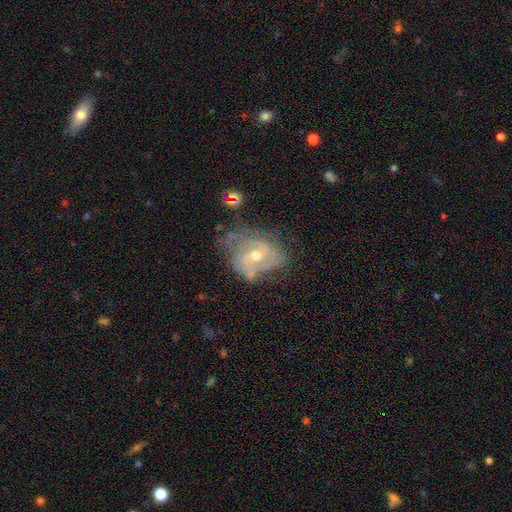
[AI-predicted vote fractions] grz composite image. It shows a featured or disk galaxy (83%) with no bar (50%), 2 (46%) tight (46%) spiral arms (88%) and a moderate central bulge (61%). Merging: none (48%).